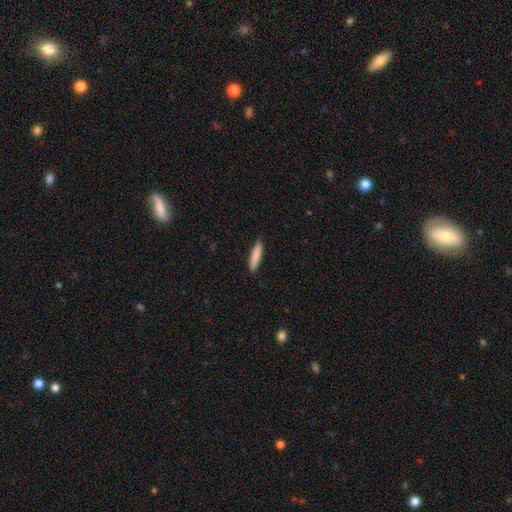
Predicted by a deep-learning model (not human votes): A smooth galaxy with no disk features (86%) that is cigar-shaped (83%).

Vote fractions:
- Smooth or featured? smooth: 86% / featured or disk: 8% / star or artifact: 6%
- How rounded? cigar-shaped: 83% / in between: 16% / round: 1%
- Merging? none: 88% / minor disturbance: 9% / major disturbance: 2% / merger: 1%